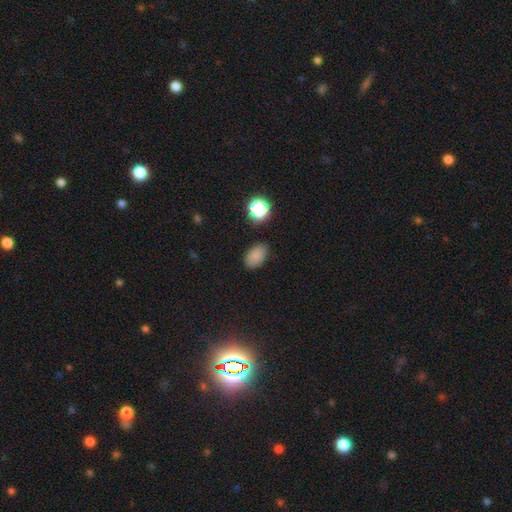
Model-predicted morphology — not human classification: This is clearly a smooth galaxy (81%). How rounded: clearly in between (88%). Merging: clearly none (81%).